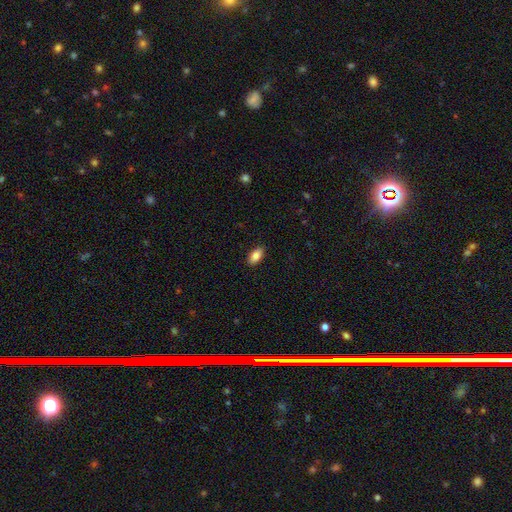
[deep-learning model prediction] The model was most divided on "smooth or featured": smooth: 86%, star or artifact: 7%, featured or disk: 7%. More confident: how rounded — in between (92%); merging — none (89%).